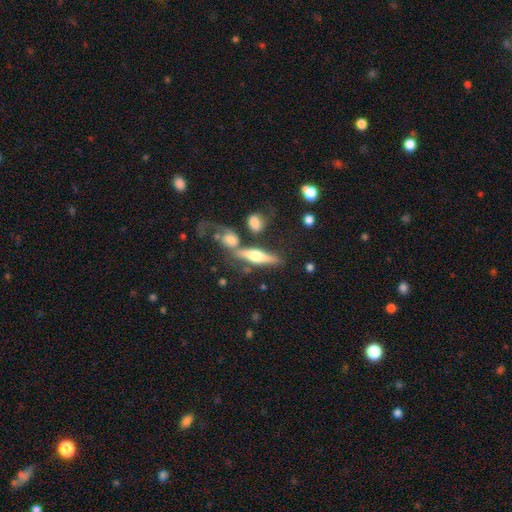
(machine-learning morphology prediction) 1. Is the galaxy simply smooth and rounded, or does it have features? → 58% featured or disk, 35% smooth, 7% star or artifact.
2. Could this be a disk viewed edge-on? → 89% yes, 11% no.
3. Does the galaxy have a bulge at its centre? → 91% rounded, 6% boxy, 3% none.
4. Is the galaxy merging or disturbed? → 51% none, 25% merger, 15% minor disturbance, 9% major disturbance.